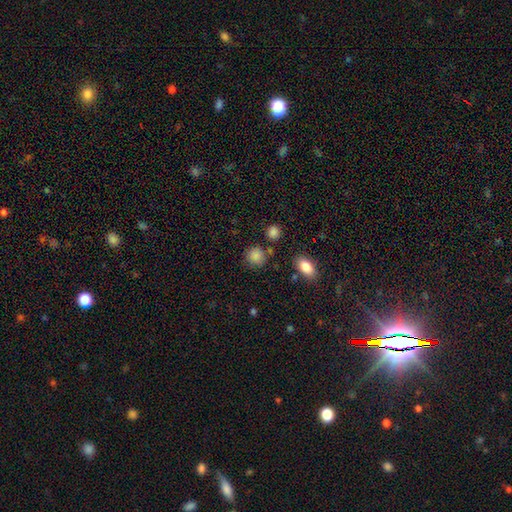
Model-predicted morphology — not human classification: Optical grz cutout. It shows a smooth galaxy with no disk features (86%) that is round (88%). Merging: none (81%).